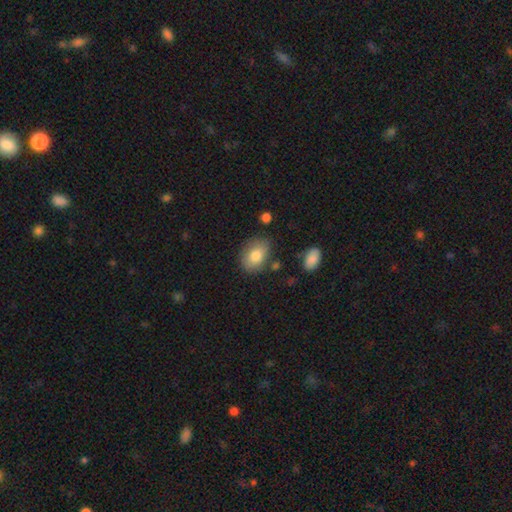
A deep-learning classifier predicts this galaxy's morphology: smooth-or-featured: smooth: 81% | featured or disk: 12% | star or artifact: 8%
  how-rounded: in between: 80% | round: 19% | cigar-shaped: 1%
  merging: none: 74% | minor disturbance: 18% | major disturbance: 4% | merger: 3%